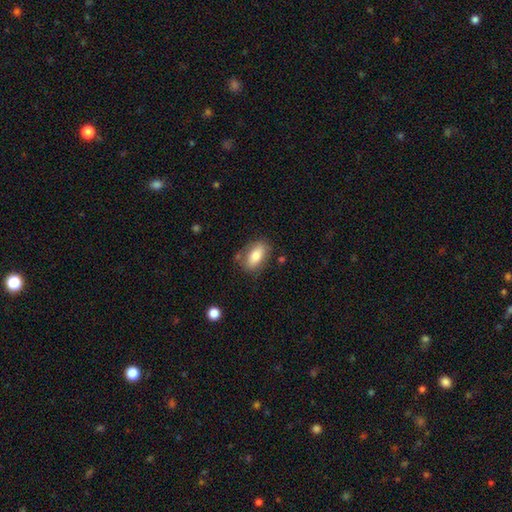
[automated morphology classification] A smooth galaxy with no disk features (75%) that is in between round and cigar-shaped (88%). Merging: none (74%).